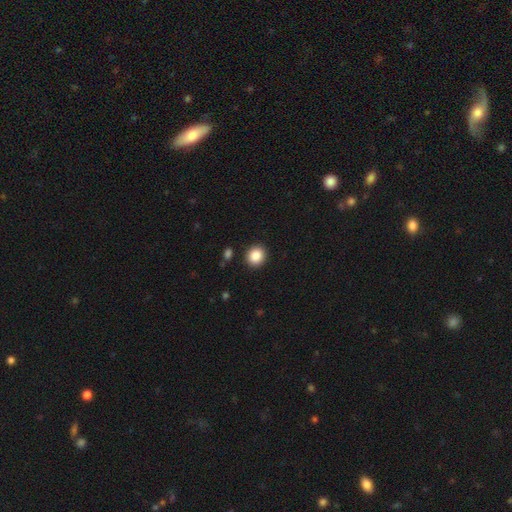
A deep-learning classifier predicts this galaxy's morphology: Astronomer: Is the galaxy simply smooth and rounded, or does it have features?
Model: smooth — 87%.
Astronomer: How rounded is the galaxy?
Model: round — 82%.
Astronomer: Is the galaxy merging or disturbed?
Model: none — 90%.